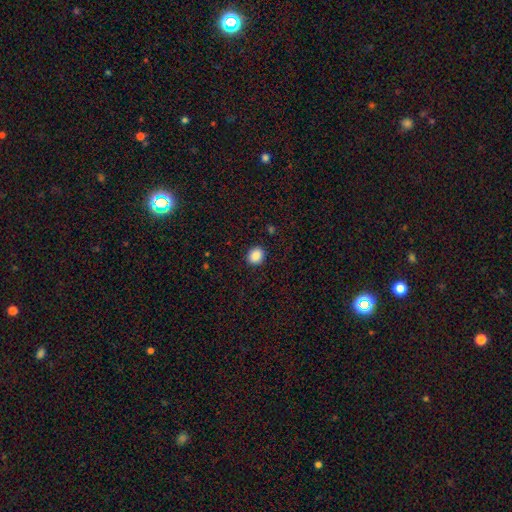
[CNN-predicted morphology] Smooth or featured?
  - smooth: 88% *
  - star or artifact: 9%
  - featured or disk: 3%
How rounded?
  - round: 75% *
  - in between: 24%
  - cigar-shaped: 1%
Merging?
  - none: 91% *
  - minor disturbance: 6%
  - major disturbance: 2%
  - merger: 1%